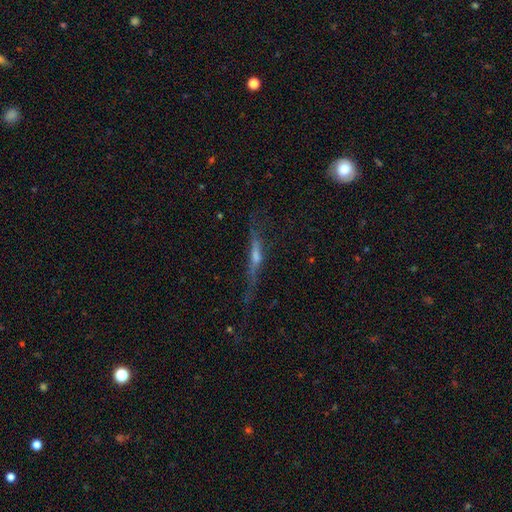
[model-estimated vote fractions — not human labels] Smooth or featured: featured or disk — 65% (smooth — 23%)
Edge-on disk: yes — 89% (no — 11%)
Edge-on bulge: rounded — 62% (none — 24%)
Merging: none — 60% (minor disturbance — 22%)